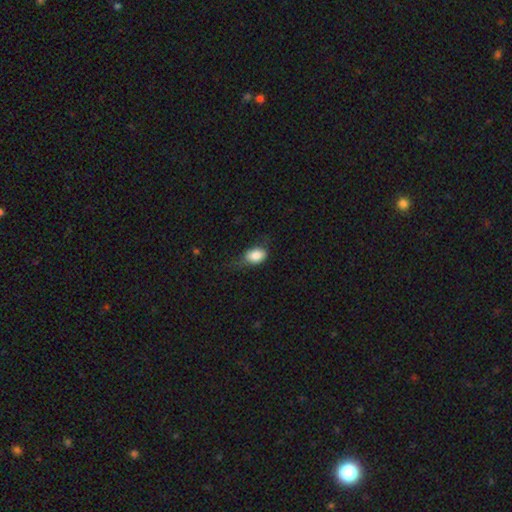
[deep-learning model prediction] The model was most divided on "merging": none: 45%, minor disturbance: 36%, major disturbance: 17%, merger: 2%. More confident: smooth or featured — smooth (83%); how rounded — in between (79%).